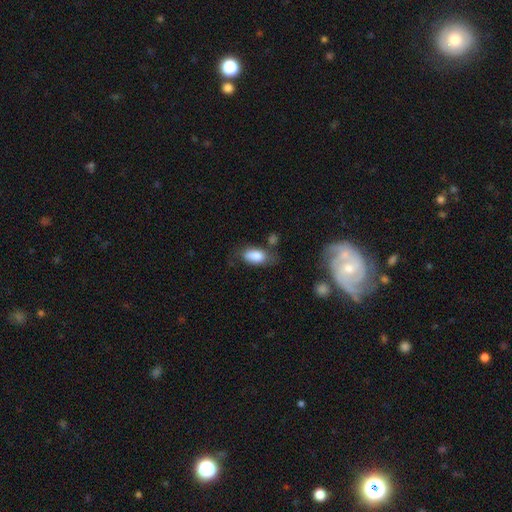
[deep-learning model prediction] Smooth or featured? smooth (82%)
How rounded? in between (91%)
Merging? none (54%)